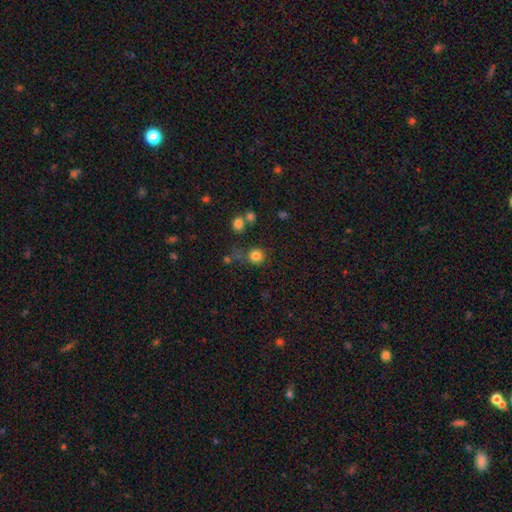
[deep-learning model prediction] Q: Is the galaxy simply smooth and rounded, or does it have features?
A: smooth — 81%.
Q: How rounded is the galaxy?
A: round — 90%.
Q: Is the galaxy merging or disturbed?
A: none — 71%.